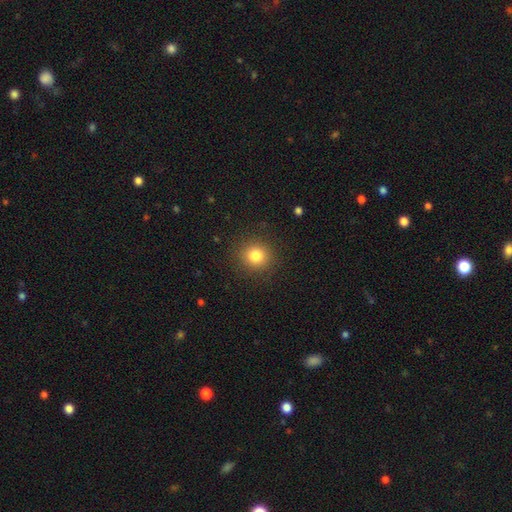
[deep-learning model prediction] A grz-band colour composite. It shows a smooth galaxy with no disk features (81%) that is round (92%). Merging: none (90%).